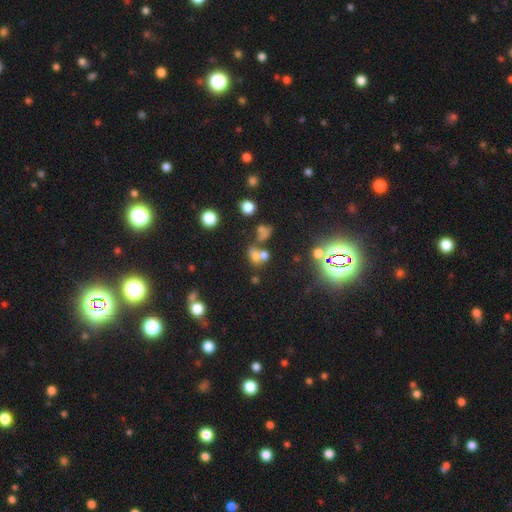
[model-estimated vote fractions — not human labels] smooth_or_featured: smooth (p=0.57) [alt: star or artifact p=0.27]
how_rounded: in between (p=0.52) [alt: round p=0.45]
merging: merger (p=0.50) [alt: none p=0.32]